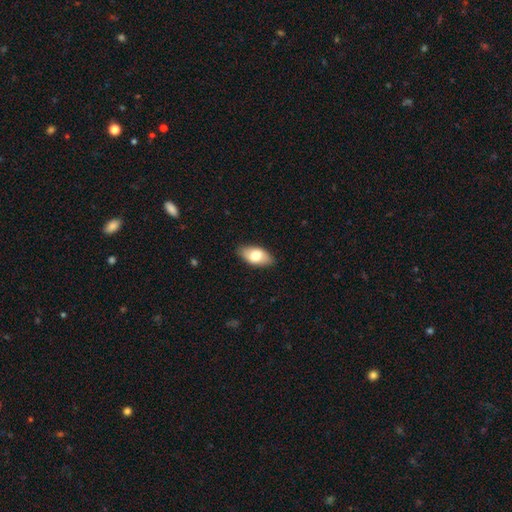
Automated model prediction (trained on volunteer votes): A smooth galaxy with no disk features (73%) that is in between round and cigar-shaped (92%).

Vote fractions:
- Smooth or featured? smooth: 73% / featured or disk: 20% / star or artifact: 6%
- How rounded? in between: 92% / round: 4% / cigar-shaped: 4%
- Merging? none: 85% / minor disturbance: 12% / major disturbance: 2% / merger: 1%